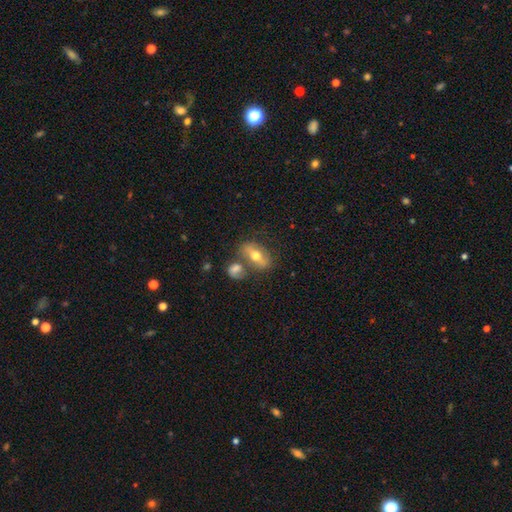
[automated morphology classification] Smooth or featured? smooth (49%)
Merging? none (60%)